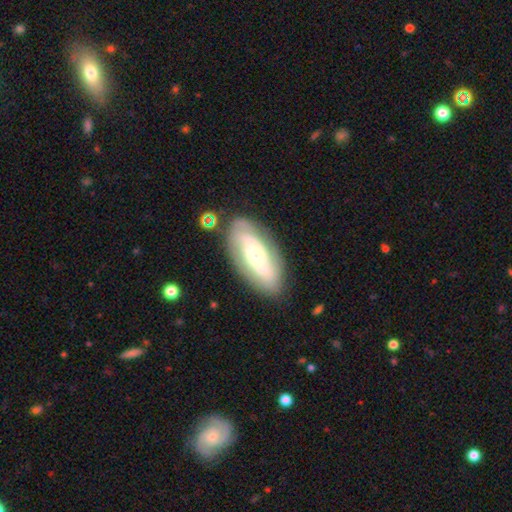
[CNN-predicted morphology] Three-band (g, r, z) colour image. It shows a featured or disk galaxy (66%) with no bar (68%), spiral arms (72%) and a moderate central bulge (59%). Merging: none (79%).